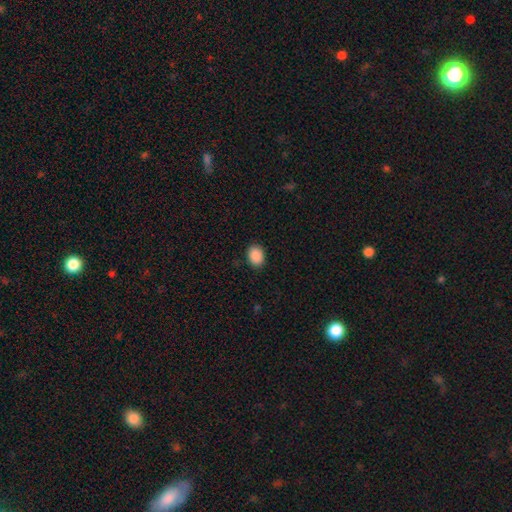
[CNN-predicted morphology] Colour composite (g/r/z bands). It shows a smooth galaxy with no disk features (90%) that is in between round and cigar-shaped (67%). Merging: none (89%).